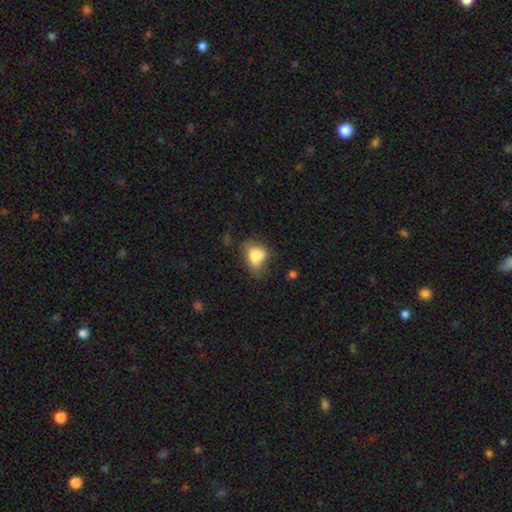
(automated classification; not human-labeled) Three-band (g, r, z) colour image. It shows a smooth galaxy with no disk features (74%) that is in between round and cigar-shaped (71%). Merging: none (33%).